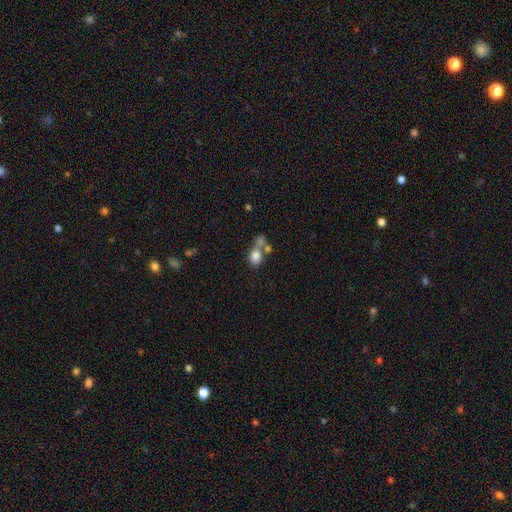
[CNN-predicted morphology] A smooth galaxy with no disk features (77%) that is in between round and cigar-shaped (64%).

Vote fractions:
- Smooth or featured? smooth: 77% / featured or disk: 13% / star or artifact: 10%
- How rounded? in between: 64% / round: 34% / cigar-shaped: 2%
- Merging? merger: 51% / none: 31% / minor disturbance: 10% / major disturbance: 8%